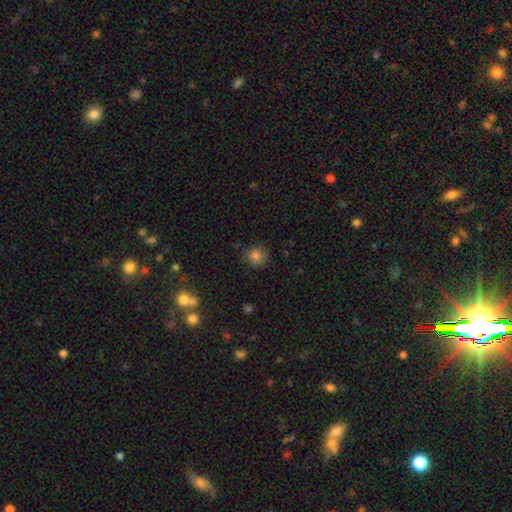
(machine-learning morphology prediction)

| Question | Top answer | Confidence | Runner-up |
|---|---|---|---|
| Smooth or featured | smooth | 82% | star or artifact (12%) |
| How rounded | round | 91% | in between (8%) |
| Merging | none | 82% | minor disturbance (13%) |